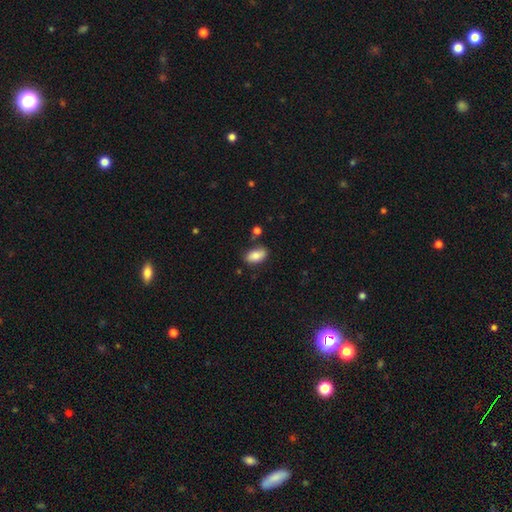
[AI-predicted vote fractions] A smooth galaxy with no disk features (82%) that is in between round and cigar-shaped (93%).

Vote fractions:
- Smooth or featured? smooth: 82% / featured or disk: 10% / star or artifact: 7%
- How rounded? in between: 93% / round: 4% / cigar-shaped: 3%
- Merging? none: 77% / minor disturbance: 15% / merger: 4% / major disturbance: 3%